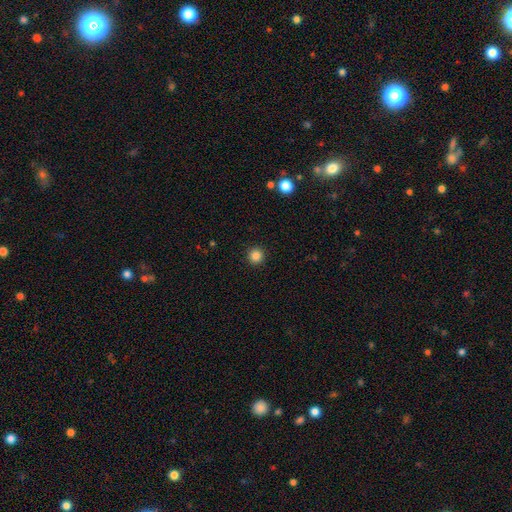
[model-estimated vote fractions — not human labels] Smooth or featured? Predicted: smooth (p=0.85). How rounded? Predicted: round (p=0.96). Merging? Predicted: none (p=0.93).